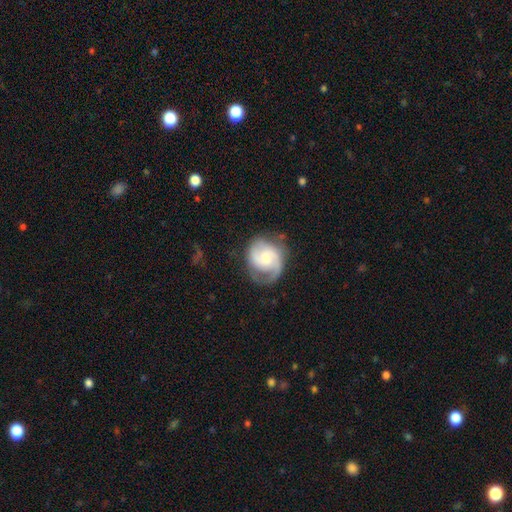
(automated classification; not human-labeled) Q: Smooth or featured?
A: featured or disk (79%); runner-up: smooth (15%)
Q: Edge-on disk?
A: no (98%); runner-up: yes (2%)
Q: Bar?
A: no (56%); runner-up: weak (37%)
Q: Spiral arms?
A: yes (95%); runner-up: no (5%)
Q: Spiral winding?
A: medium (44%); runner-up: tight (39%)
Q: Spiral arm count?
A: 2 (74%); runner-up: 1 (12%)
Q: Bulge size?
A: moderate (47%); runner-up: small (39%)
Q: Merging?
A: none (69%); runner-up: minor disturbance (20%)